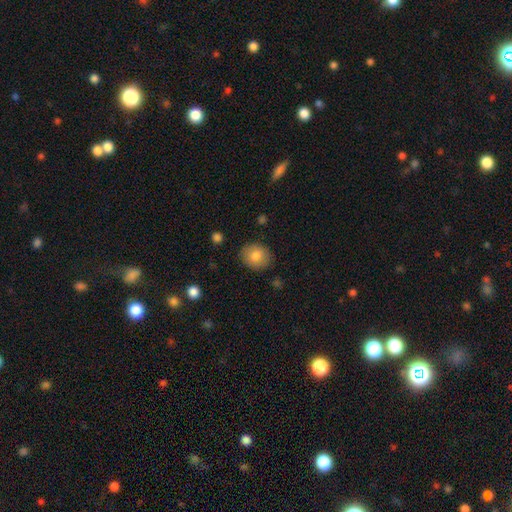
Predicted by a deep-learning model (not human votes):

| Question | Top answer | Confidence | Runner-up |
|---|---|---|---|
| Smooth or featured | smooth | 82% | featured or disk (10%) |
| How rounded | round | 68% | in between (31%) |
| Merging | none | 86% | minor disturbance (10%) |